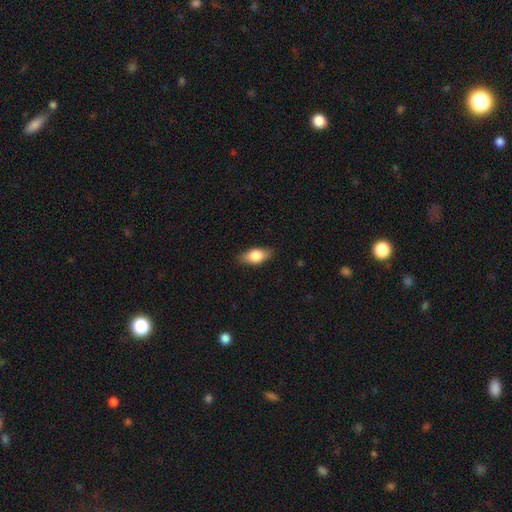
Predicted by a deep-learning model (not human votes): smooth-or-featured: smooth: 72% | featured or disk: 21% | star or artifact: 7%
  how-rounded: in between: 85% | cigar-shaped: 9% | round: 6%
  merging: none: 84% | minor disturbance: 12% | major disturbance: 3% | merger: 1%